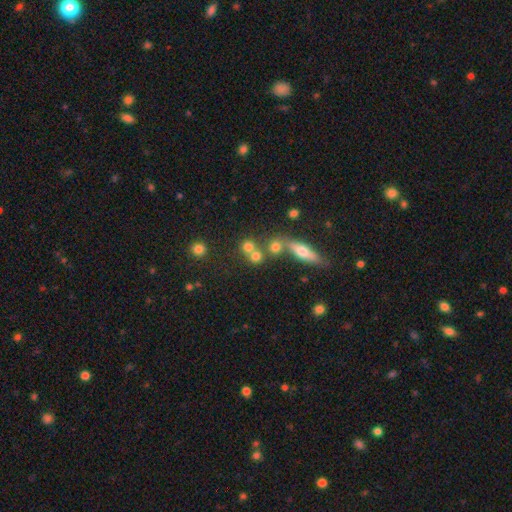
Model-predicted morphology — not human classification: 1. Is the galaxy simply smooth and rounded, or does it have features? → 69% smooth, 16% star or artifact, 15% featured or disk.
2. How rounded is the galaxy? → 82% round, 14% in between, 3% cigar-shaped.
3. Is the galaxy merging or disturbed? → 47% none, 41% merger, 7% minor disturbance, 4% major disturbance.